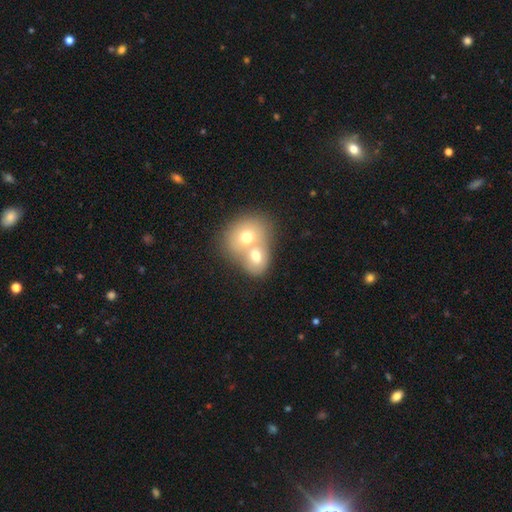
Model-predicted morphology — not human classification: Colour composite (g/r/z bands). It shows a smooth galaxy with no disk features (65%) that is round (54%). Merging: merger (71%).